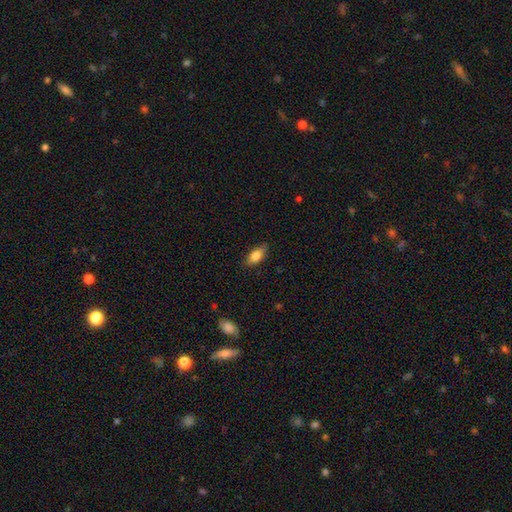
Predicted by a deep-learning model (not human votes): This is likely a smooth galaxy (80%). How rounded: clearly in between (82%). Merging: clearly none (82%).